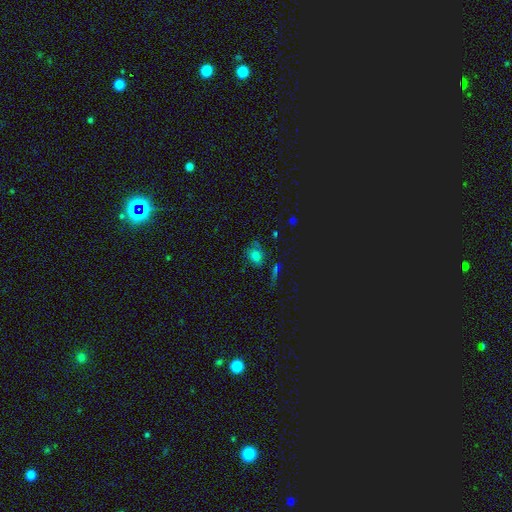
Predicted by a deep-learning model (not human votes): Morphology: type=smooth (67%); roundness=in between (54%); merging=none (65%).